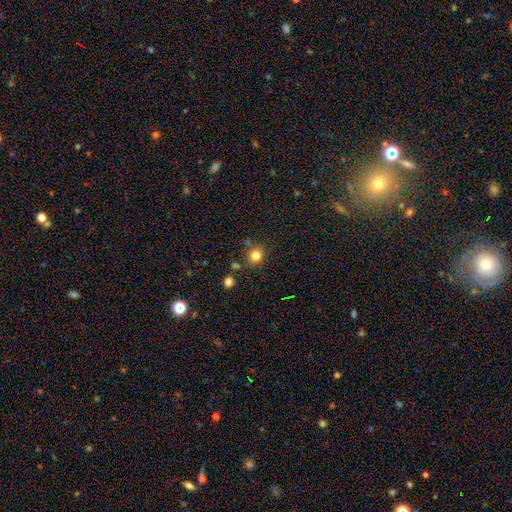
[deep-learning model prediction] Smooth or featured? smooth (81%)
How rounded? round (75%)
Merging? none (77%)